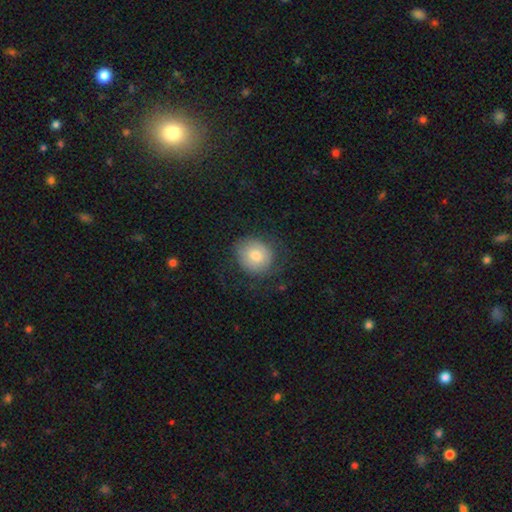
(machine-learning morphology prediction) type=smooth (70%); roundness=round (81%); merging=none (71%).